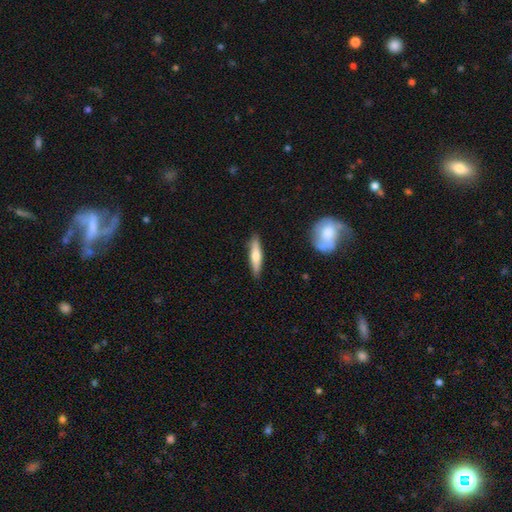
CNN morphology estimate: A smooth galaxy with no disk features (65%) that is cigar-shaped (82%).

Vote fractions:
- Smooth or featured? smooth: 65% / featured or disk: 29% / star or artifact: 6%
- How rounded? cigar-shaped: 82% / in between: 17% / round: 2%
- Merging? none: 88% / minor disturbance: 9% / major disturbance: 2% / merger: 2%